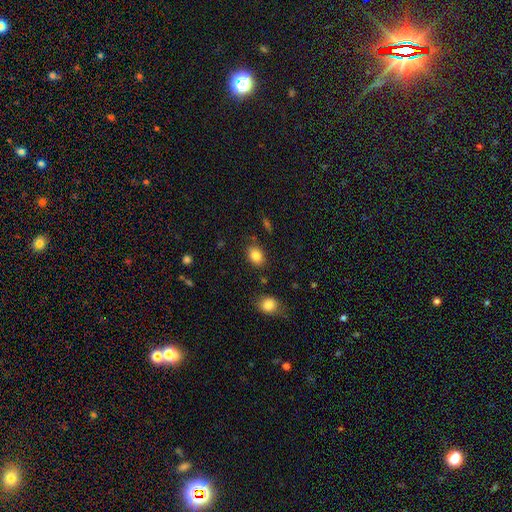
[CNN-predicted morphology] The model was most divided on "how rounded": in between: 66%, round: 33%, cigar-shaped: 1%. More confident: smooth or featured — smooth (84%); merging — none (81%).